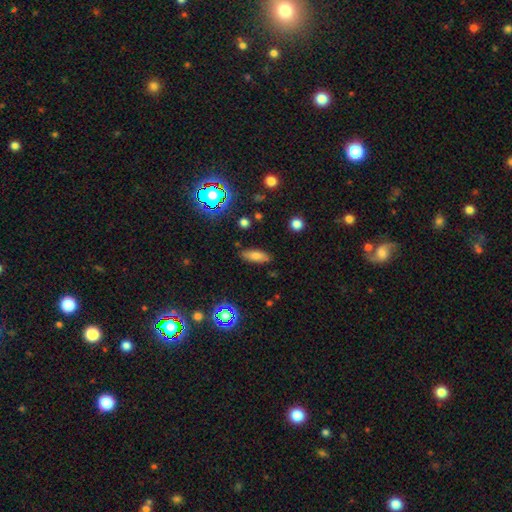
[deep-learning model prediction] The model was most divided on "how rounded": in between: 71%, cigar-shaped: 26%, round: 3%. More confident: merging — none (83%); smooth or featured — smooth (73%).